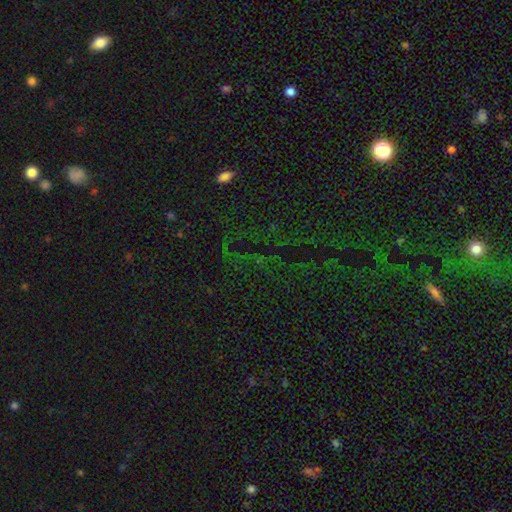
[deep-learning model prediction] Morphology: type=star or artifact (75%).